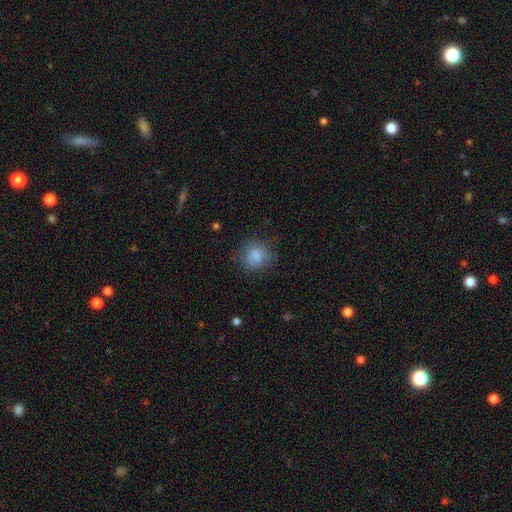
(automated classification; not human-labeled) A smooth galaxy with no disk features (83%) that is round (76%).

Vote fractions:
- Smooth or featured? smooth: 83% / star or artifact: 9% / featured or disk: 8%
- How rounded? round: 76% / in between: 23% / cigar-shaped: 1%
- Merging? none: 75% / minor disturbance: 16% / major disturbance: 7% / merger: 1%